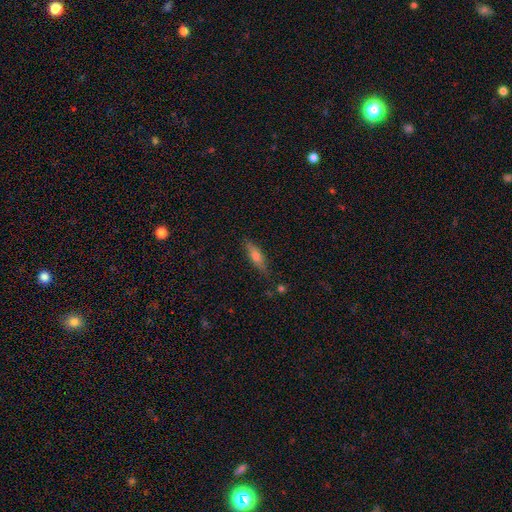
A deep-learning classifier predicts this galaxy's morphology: smooth-or-featured: smooth: 51% | featured or disk: 41% | star or artifact: 8%
  how-rounded: cigar-shaped: 71% | in between: 27% | round: 3%
  merging: none: 83% | minor disturbance: 12% | major disturbance: 3% | merger: 2%